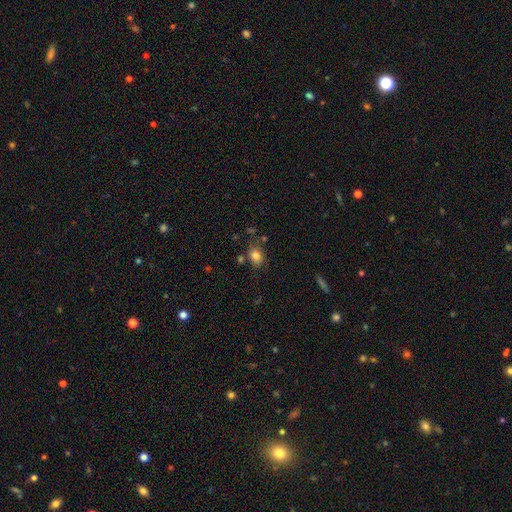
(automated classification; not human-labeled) Smooth or featured? smooth (81%)
How rounded? in between (65%)
Merging? none (68%)